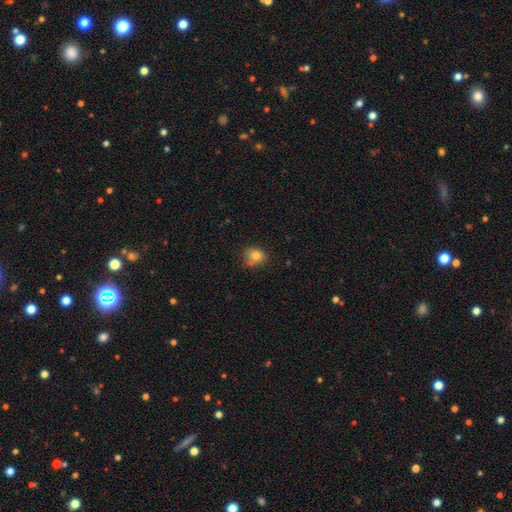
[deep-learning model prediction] The model was most divided on "how rounded": round: 63%, in between: 36%, cigar-shaped: 1%. More confident: smooth or featured — smooth (79%); merging — none (65%).